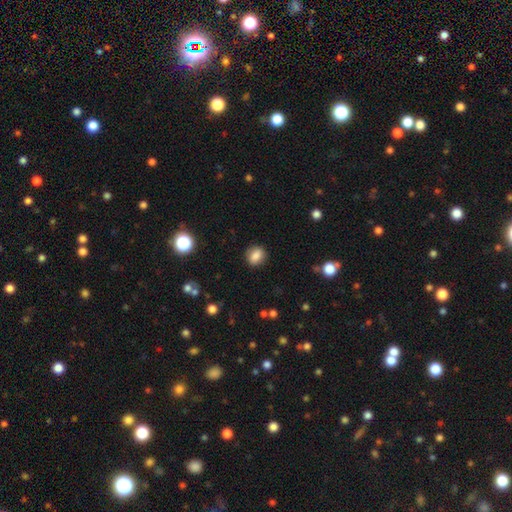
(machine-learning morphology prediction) A smooth galaxy with no disk features (84%) that is round (61%).

Vote fractions:
- Smooth or featured? smooth: 84% / star or artifact: 9% / featured or disk: 7%
- How rounded? round: 61% / in between: 38% / cigar-shaped: 1%
- Merging? none: 87% / minor disturbance: 9% / major disturbance: 3% / merger: 1%